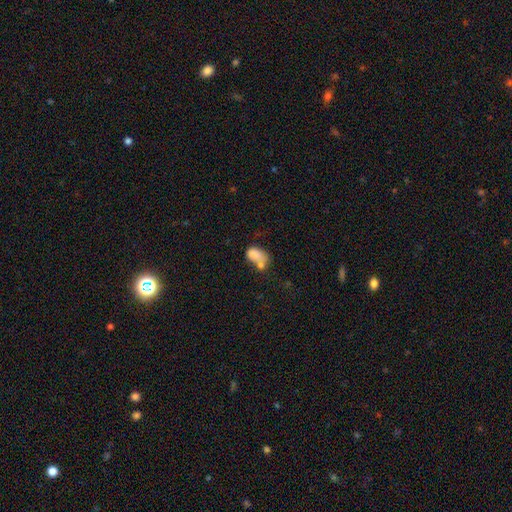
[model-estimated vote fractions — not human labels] Smooth or featured? smooth (76%)
How rounded? in between (84%)
Merging? merger (50%)